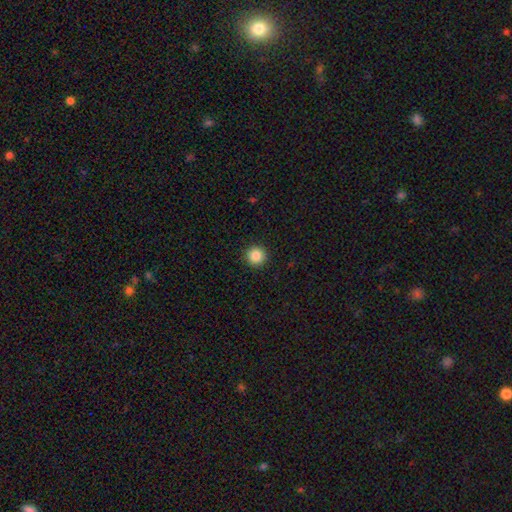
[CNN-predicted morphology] This is clearly a smooth galaxy (86%). How rounded: clearly round (96%). Merging: clearly none (93%).